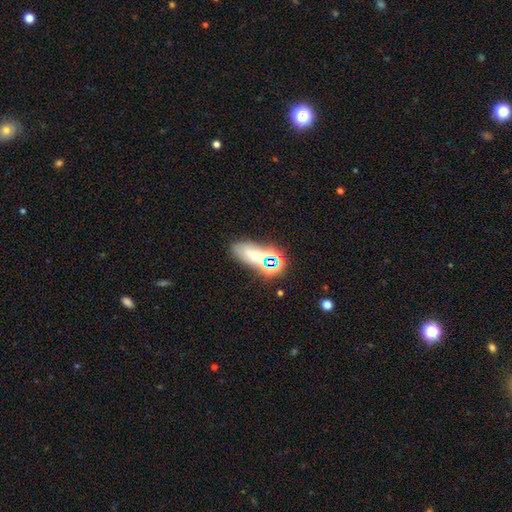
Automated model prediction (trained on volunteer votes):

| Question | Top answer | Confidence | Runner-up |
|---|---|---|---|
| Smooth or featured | smooth | 56% | star or artifact (29%) |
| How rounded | in between | 79% | round (12%) |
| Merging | none | 62% | minor disturbance (18%) |